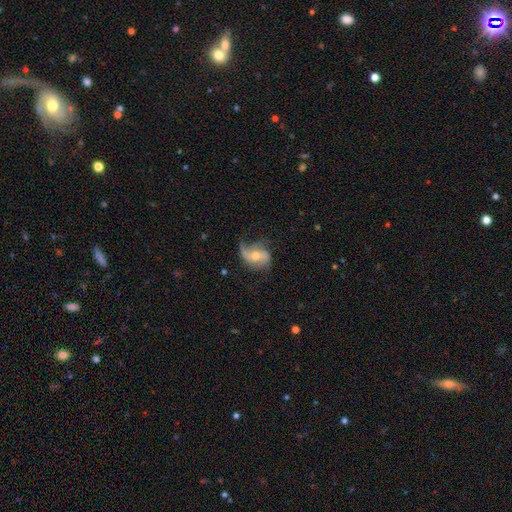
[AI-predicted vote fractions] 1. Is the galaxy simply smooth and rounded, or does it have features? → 76% featured or disk, 16% smooth, 8% star or artifact.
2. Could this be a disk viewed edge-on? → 97% no, 3% yes.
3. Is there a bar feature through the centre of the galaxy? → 51% no, 34% weak, 15% strong.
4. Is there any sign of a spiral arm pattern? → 92% yes, 8% no.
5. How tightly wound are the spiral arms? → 53% loose, 35% medium, 12% tight.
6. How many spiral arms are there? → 55% 2, 18% 3, 11% 1, 10% can't tell, 3% 4, 2% more than 4.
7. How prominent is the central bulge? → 60% moderate, 35% small, 3% large, 2% none, 1% dominant.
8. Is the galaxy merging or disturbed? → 55% none, 26% minor disturbance, 17% major disturbance, 2% merger.